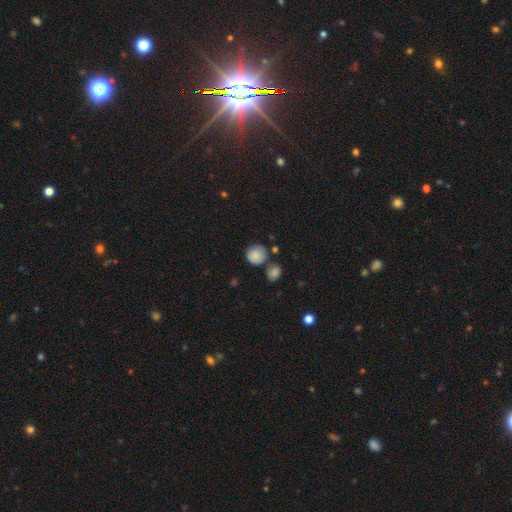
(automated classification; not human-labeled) Smooth or featured? smooth (82%)
How rounded? round (87%)
Merging? none (63%)